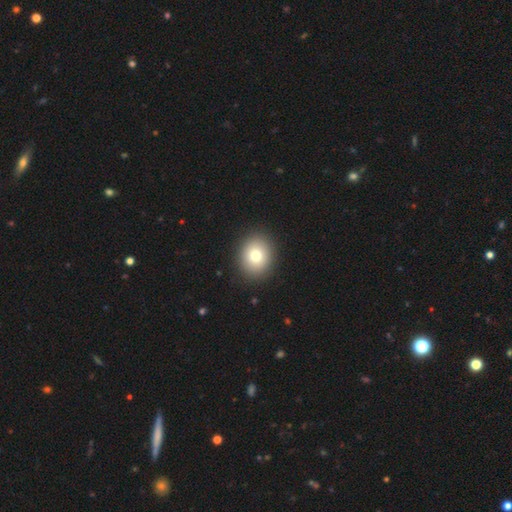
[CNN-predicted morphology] type=smooth (77%); roundness=round (68%); merging=none (91%).